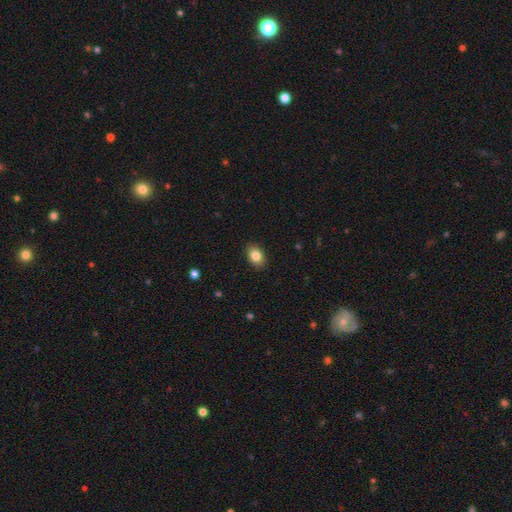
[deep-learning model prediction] smooth 85%, star or artifact 8%, featured or disk 7%. Down the decision tree: how rounded — in between (78%); merging — none (89%).